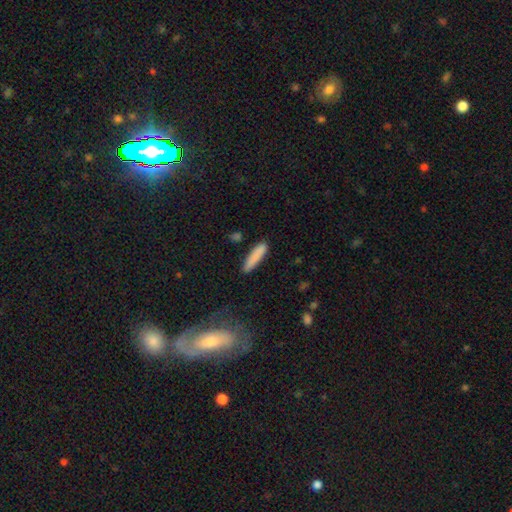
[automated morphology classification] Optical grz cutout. It shows a smooth galaxy with no disk features (86%) that is cigar-shaped (82%). Merging: none (85%).